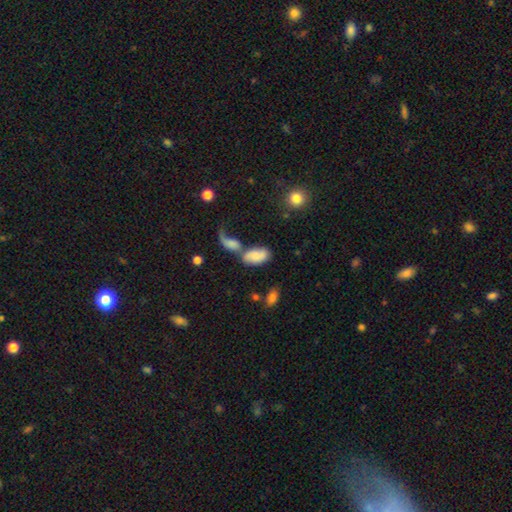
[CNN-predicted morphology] smooth 64%, featured or disk 27%, star or artifact 9%. Down the decision tree: how rounded — in between (92%); merging — merger (50%).